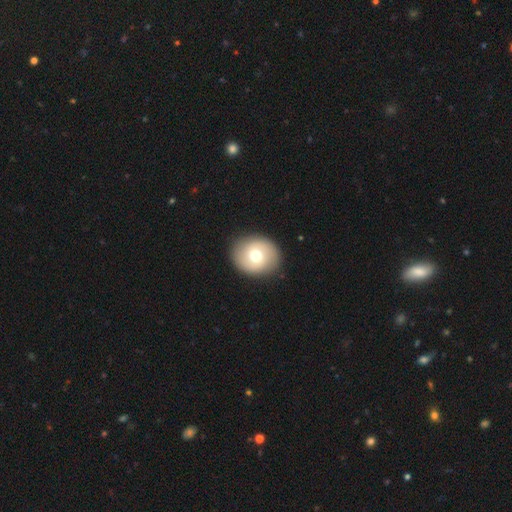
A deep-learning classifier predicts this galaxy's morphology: The model was most divided on "how rounded": round: 66%, in between: 33%, cigar-shaped: 1%. More confident: merging — none (87%); smooth or featured — smooth (66%).